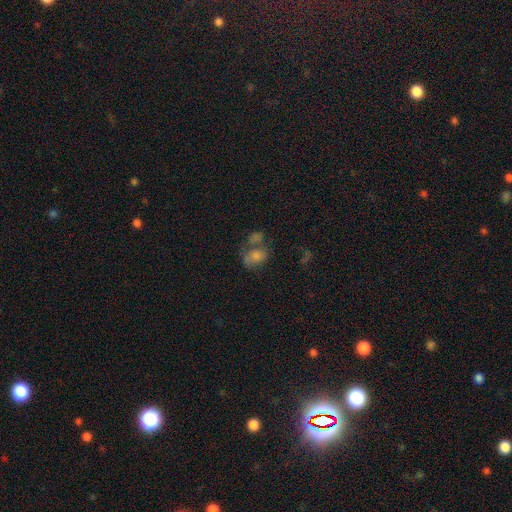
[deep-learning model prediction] Smooth or featured?
  - smooth: 56% *
  - featured or disk: 26%
  - star or artifact: 18%
How rounded?
  - in between: 62% *
  - round: 36%
  - cigar-shaped: 2%
Merging?
  - merger: 39% *
  - none: 32%
  - minor disturbance: 15%
  - major disturbance: 14%